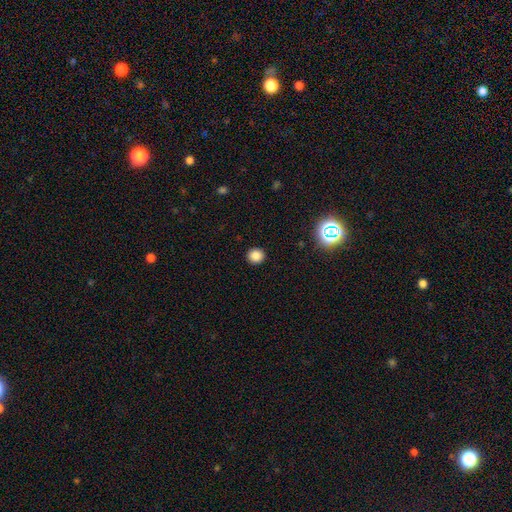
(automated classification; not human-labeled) This appears to be a smooth galaxy with no disk features (85%) that is round (91%). Merging: none (93%).